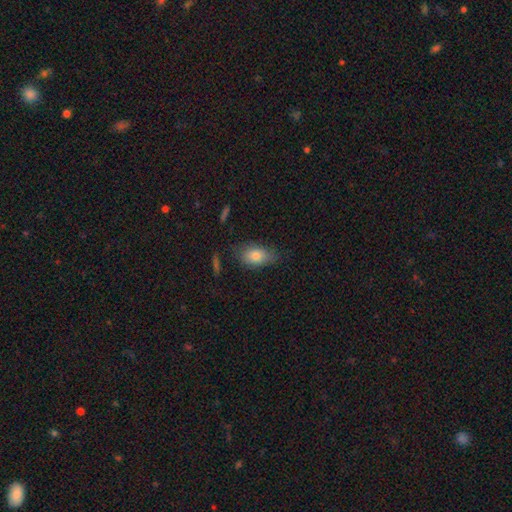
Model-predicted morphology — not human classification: The model was most divided on "merging": none: 70%, minor disturbance: 22%, major disturbance: 6%, merger: 2%. More confident: how rounded — in between (85%); smooth or featured — smooth (79%).